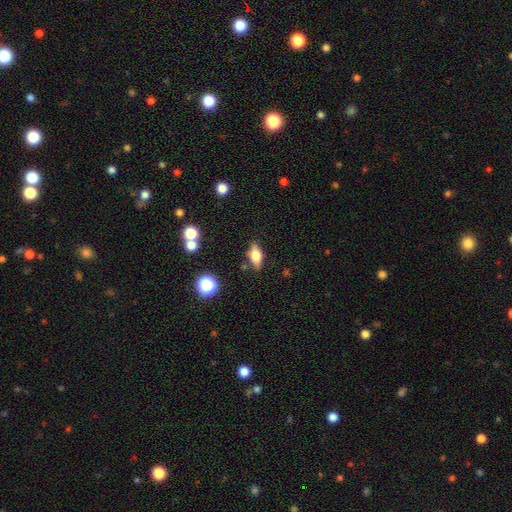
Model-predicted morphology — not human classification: Smooth or featured?
  - smooth: 59% *
  - featured or disk: 31%
  - star or artifact: 10%
How rounded?
  - in between: 76% *
  - cigar-shaped: 17%
  - round: 7%
Merging?
  - none: 81% *
  - minor disturbance: 12%
  - merger: 3%
  - major disturbance: 3%